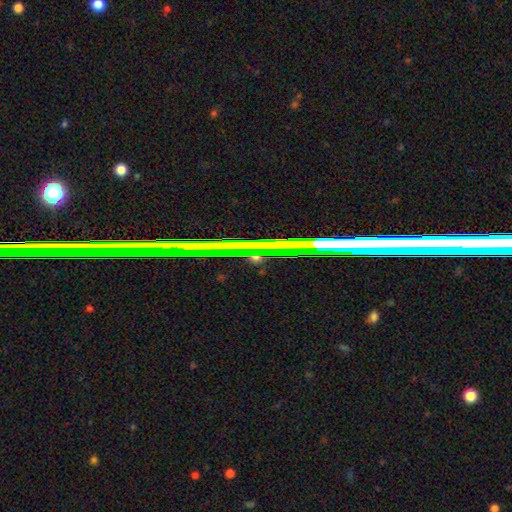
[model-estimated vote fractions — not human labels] This is likely a star or artifact rather than a galaxy (72%).